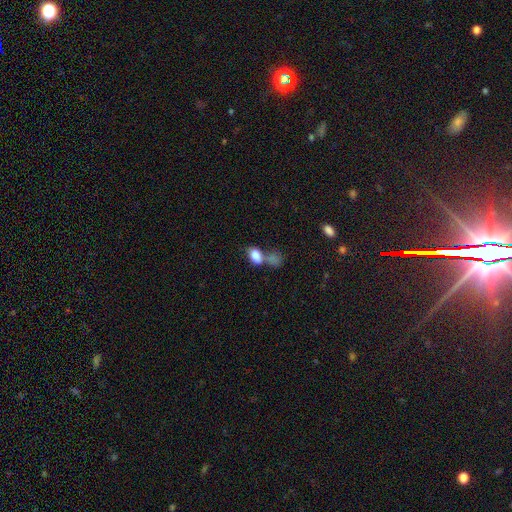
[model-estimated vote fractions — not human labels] Smooth or featured? Predicted: smooth (p=0.79). How rounded? Predicted: in between (p=0.87). Merging? Predicted: merger (p=0.48).